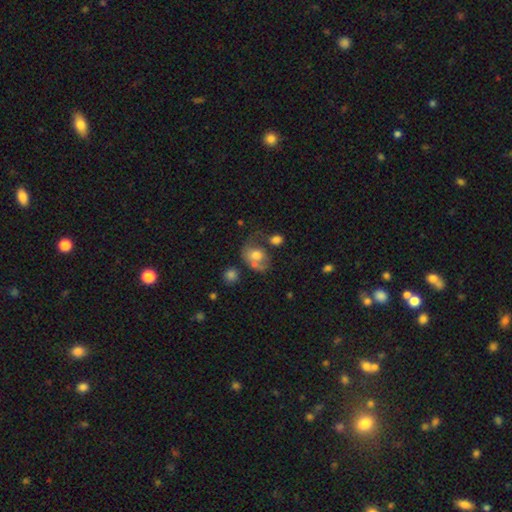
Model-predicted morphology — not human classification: smooth_or_featured: smooth (p=0.60) [alt: featured or disk p=0.30]
how_rounded: in between (p=0.56) [alt: round p=0.43]
merging: none (p=0.27) [alt: major disturbance p=0.26]